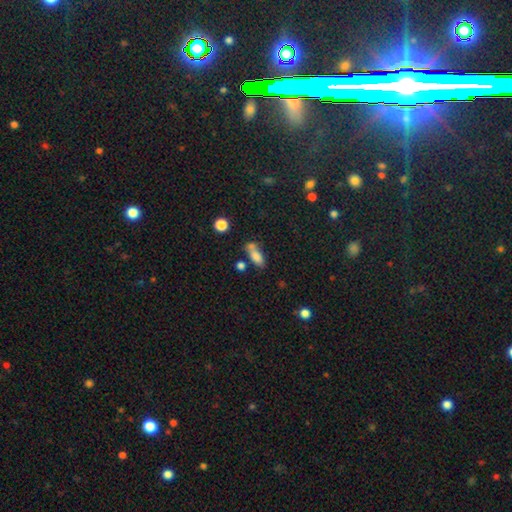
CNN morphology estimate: Smooth or featured? Predicted: smooth (p=0.78). How rounded? Predicted: in between (p=0.76). Merging? Predicted: none (p=0.42).